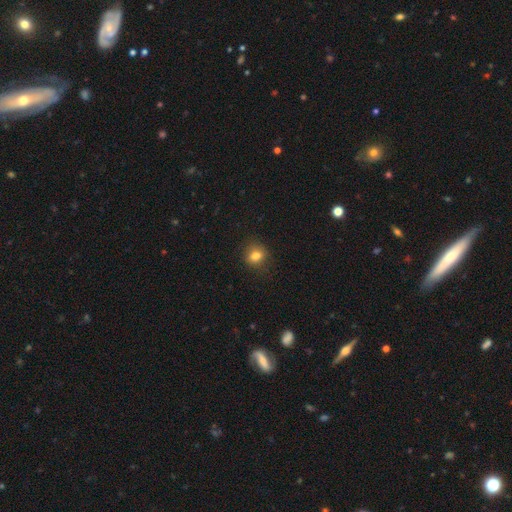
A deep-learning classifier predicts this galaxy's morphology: A smooth galaxy with no disk features (80%) that is round (58%). Merging: none (83%).